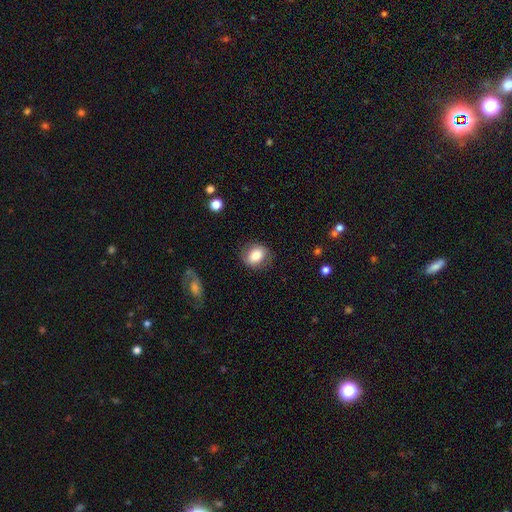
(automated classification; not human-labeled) Smooth or featured? smooth (75%)
How rounded? round (55%)
Merging? none (80%)